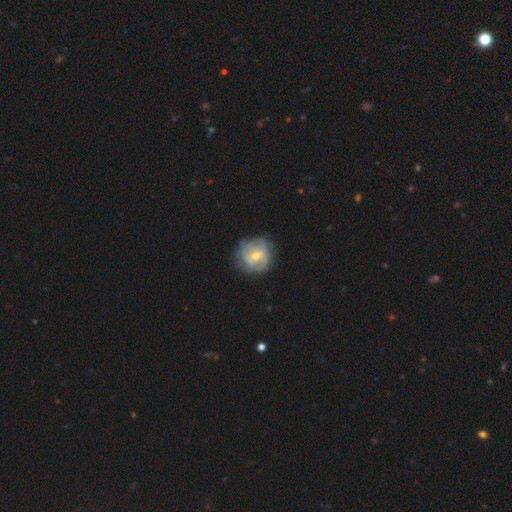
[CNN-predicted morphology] Smooth or featured? Predicted: featured or disk (p=0.56). Edge-on disk? Predicted: no (p=0.97). Bar? Predicted: no (p=0.50). Spiral arms? Predicted: yes (p=0.66). Bulge size? Predicted: small (p=0.49). Merging? Predicted: none (p=0.71).